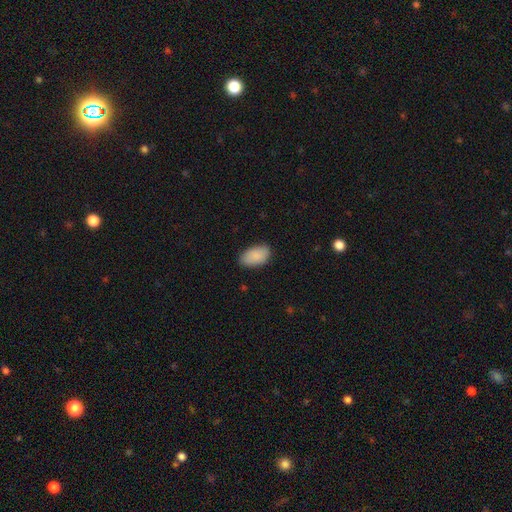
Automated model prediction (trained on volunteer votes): Overall: smooth (89%). How rounded: in between (94%). Merging: none (81%).